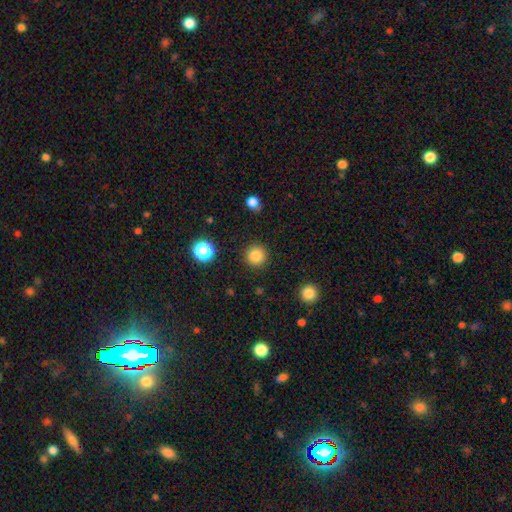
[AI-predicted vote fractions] This appears to be a smooth galaxy with no disk features (84%) that is round (95%). Merging: none (91%).